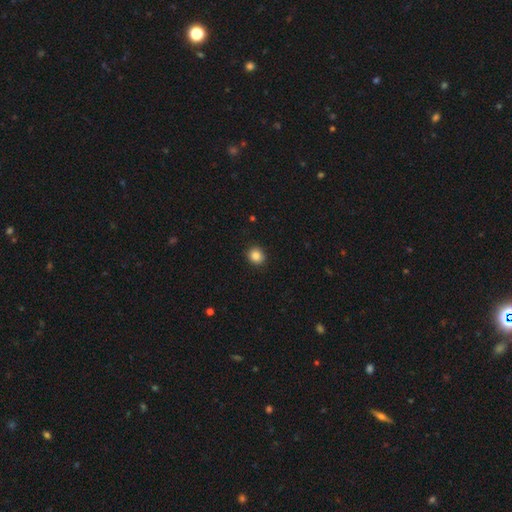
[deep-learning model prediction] Morphology: type=smooth (87%); roundness=round (80%); merging=none (90%).